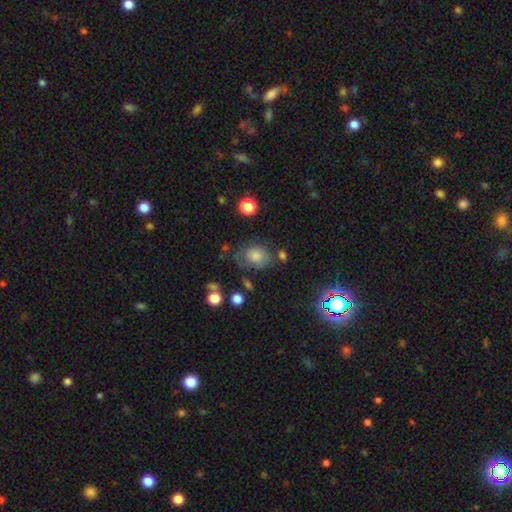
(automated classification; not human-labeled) This appears to be a smooth galaxy with no disk features (56%) that is round (55%). Merging: none (60%).